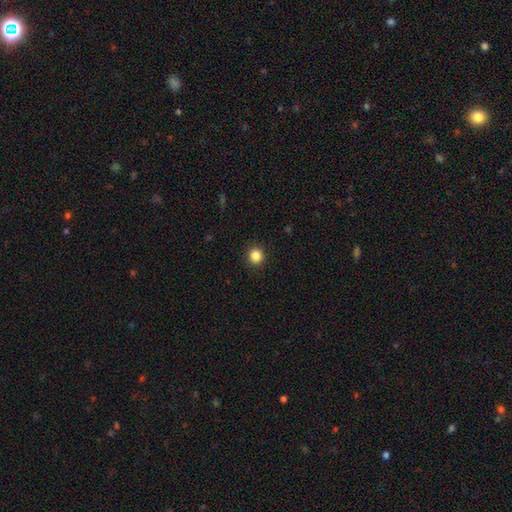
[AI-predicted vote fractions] A smooth galaxy with no disk features (86%) that is round (90%). Merging: none (91%).